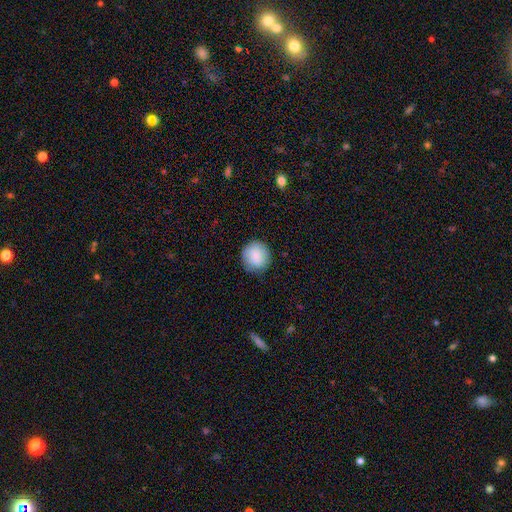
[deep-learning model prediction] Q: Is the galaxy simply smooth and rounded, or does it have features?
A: smooth — 88%.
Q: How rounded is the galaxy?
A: round — 89%.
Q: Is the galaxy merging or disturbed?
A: none — 85%.